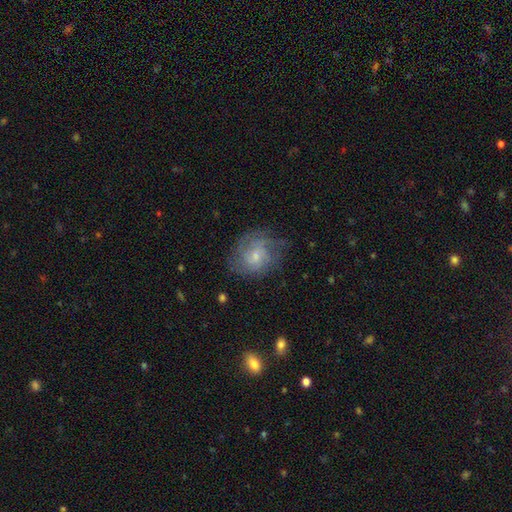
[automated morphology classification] smooth-or-featured: featured or disk: 59% | smooth: 33% | star or artifact: 9%
  disk-edge-on: no: 97% | yes: 3%
    bar: no: 54% | weak: 41% | strong: 5%
    has-spiral-arms: yes: 81% | no: 19%
    bulge-size: small: 49% | moderate: 38% | none: 8% | large: 3% | dominant: 1%
  merging: none: 63% | minor disturbance: 23% | major disturbance: 13% | merger: 1%